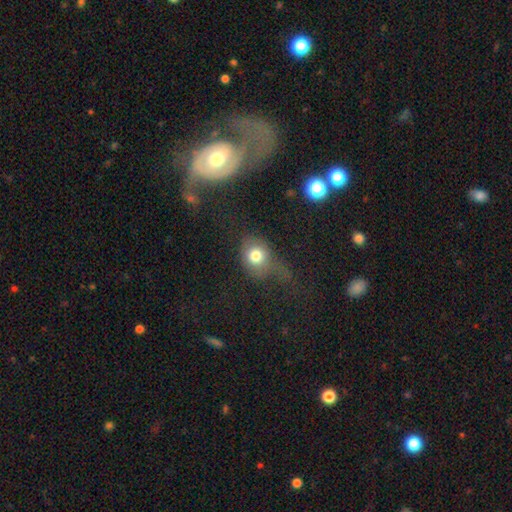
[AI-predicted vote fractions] Smooth or featured?
  - smooth: 75% *
  - featured or disk: 13%
  - star or artifact: 11%
How rounded?
  - round: 59% *
  - in between: 39%
  - cigar-shaped: 2%
Merging?
  - major disturbance: 36% *
  - none: 35%
  - minor disturbance: 25%
  - merger: 4%